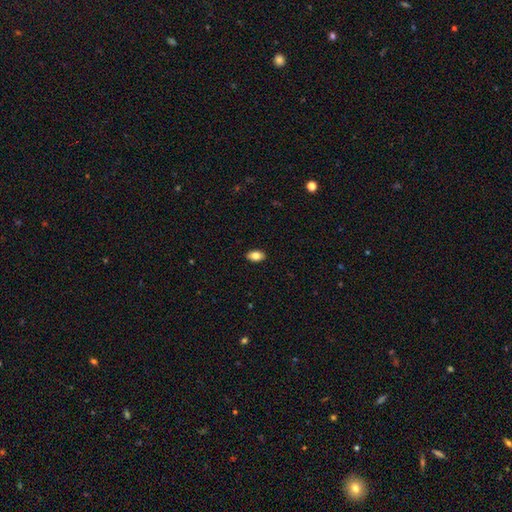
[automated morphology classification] type=smooth (82%); roundness=in between (90%); merging=none (90%).